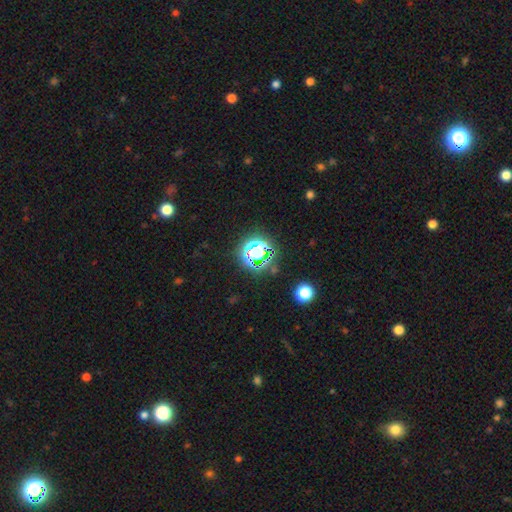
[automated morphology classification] Smooth or featured? Predicted: star or artifact (p=0.64).